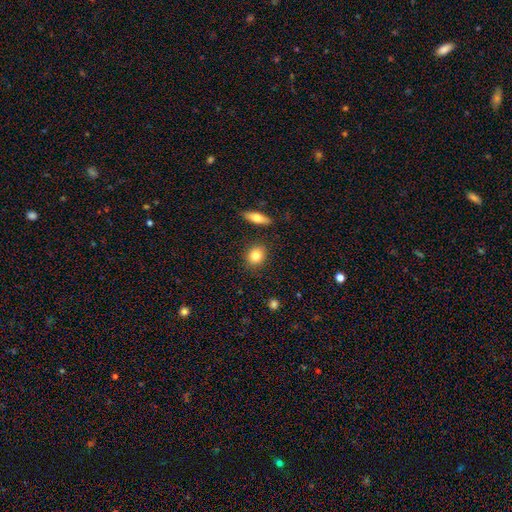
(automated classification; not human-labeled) This appears to be a smooth galaxy with no disk features (82%) that is round (64%). Merging: none (86%).